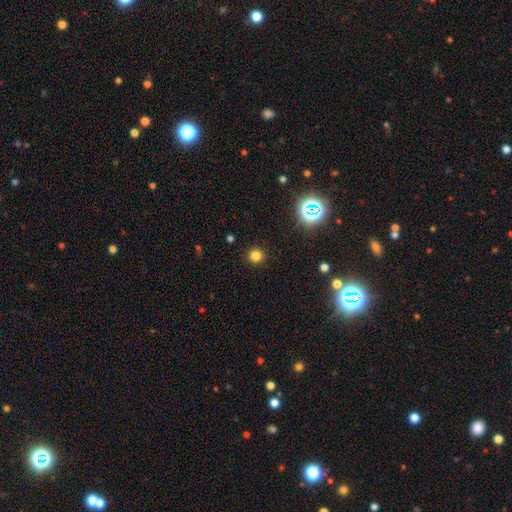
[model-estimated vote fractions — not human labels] Morphology: type=smooth (79%); roundness=round (94%); merging=none (92%).